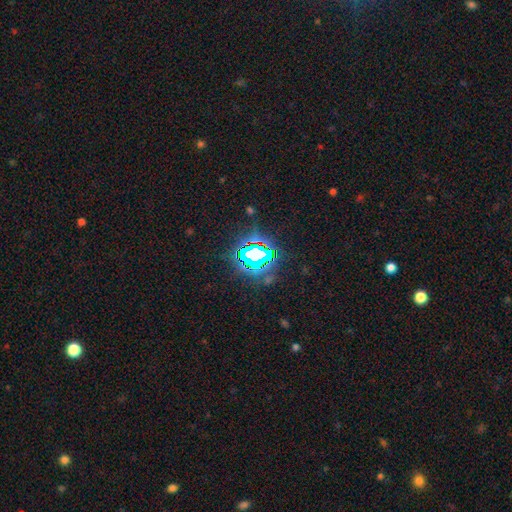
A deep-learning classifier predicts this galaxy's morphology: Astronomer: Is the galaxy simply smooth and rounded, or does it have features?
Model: star or artifact — 73%.